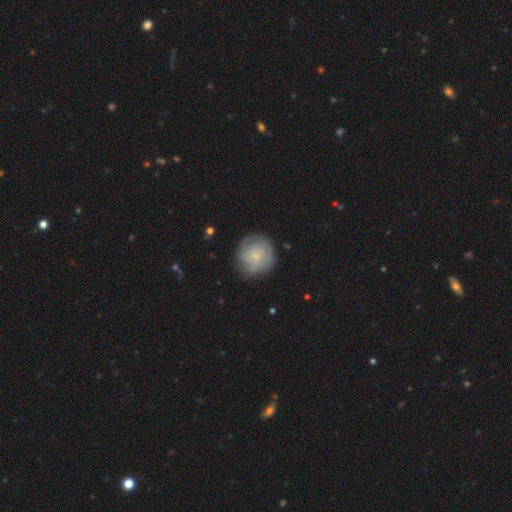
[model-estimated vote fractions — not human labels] Overall: smooth (54%; featured or disk 39%). How rounded: round (90%). Merging: none (77%).